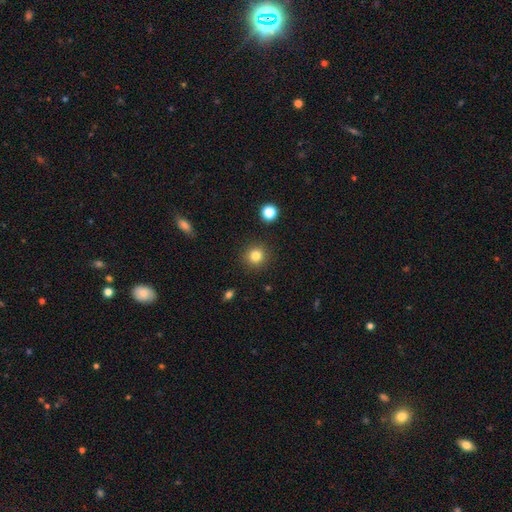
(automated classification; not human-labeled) Smooth or featured?
  - smooth: 83% *
  - star or artifact: 12%
  - featured or disk: 5%
How rounded?
  - round: 93% *
  - in between: 6%
  - cigar-shaped: 1%
Merging?
  - none: 91% *
  - minor disturbance: 6%
  - major disturbance: 2%
  - merger: 2%